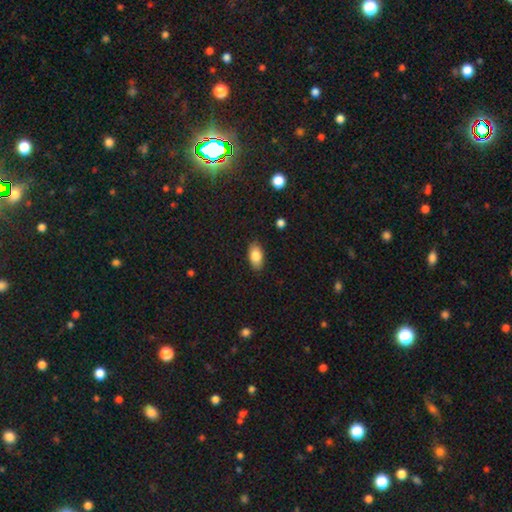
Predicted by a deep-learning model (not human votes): Smooth or featured? Predicted: smooth (p=0.83). How rounded? Predicted: in between (p=0.92). Merging? Predicted: none (p=0.87).